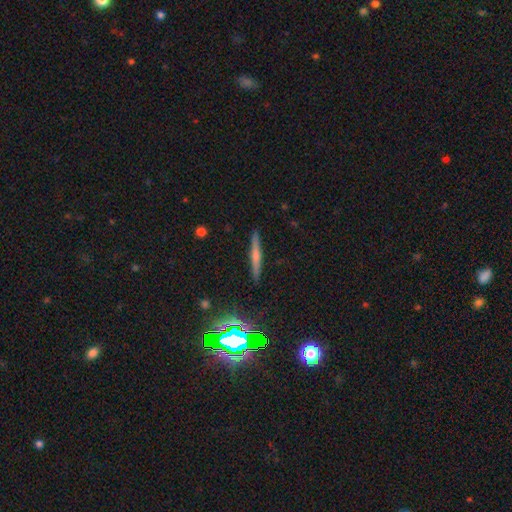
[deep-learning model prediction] featured or disk 45%, smooth 42%, star or artifact 12%. Down the decision tree: merging — none (89%).